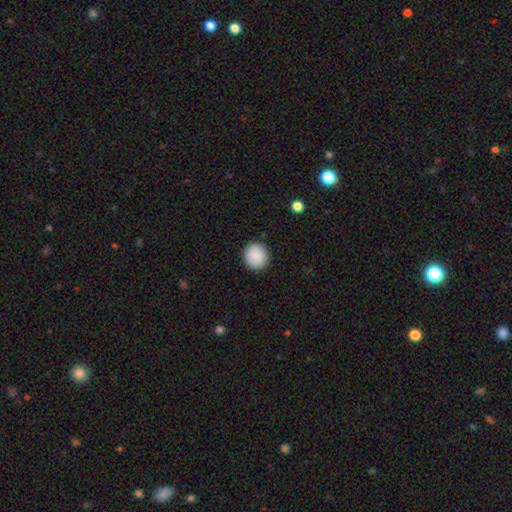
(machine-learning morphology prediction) Smooth or featured: smooth — 89% (star or artifact — 7%)
How rounded: round — 92% (in between — 7%)
Merging: none — 91% (minor disturbance — 6%)